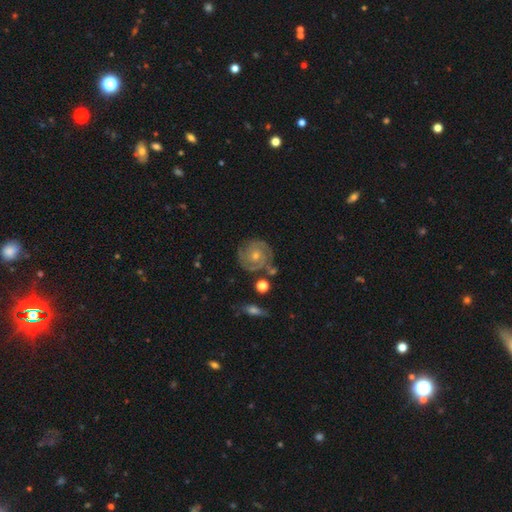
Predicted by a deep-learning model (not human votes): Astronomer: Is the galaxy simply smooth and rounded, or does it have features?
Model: featured or disk — 81%.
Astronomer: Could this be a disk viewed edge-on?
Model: no — 97%.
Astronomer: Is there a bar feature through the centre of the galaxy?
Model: no — 76%.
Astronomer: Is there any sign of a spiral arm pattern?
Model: yes — 95%.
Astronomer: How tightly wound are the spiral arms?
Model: tight — 72%.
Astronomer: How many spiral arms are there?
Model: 2 — 49%.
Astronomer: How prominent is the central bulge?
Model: small — 52% (runner-up: moderate, 44%).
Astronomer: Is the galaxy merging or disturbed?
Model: none — 78%.